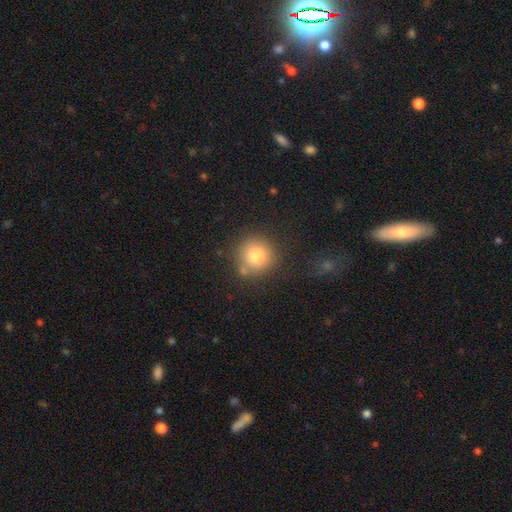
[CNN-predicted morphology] type=smooth (81%); roundness=round (91%); merging=none (74%).